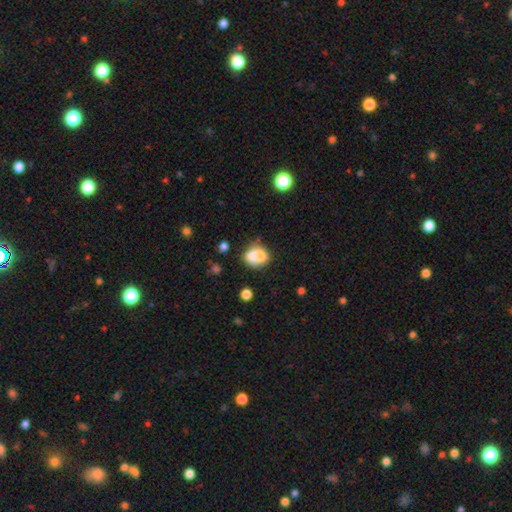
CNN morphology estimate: Q: Smooth or featured?
A: smooth (73%); runner-up: featured or disk (18%)
Q: How rounded?
A: round (59%); runner-up: in between (40%)
Q: Merging?
A: merger (44%); runner-up: none (35%)